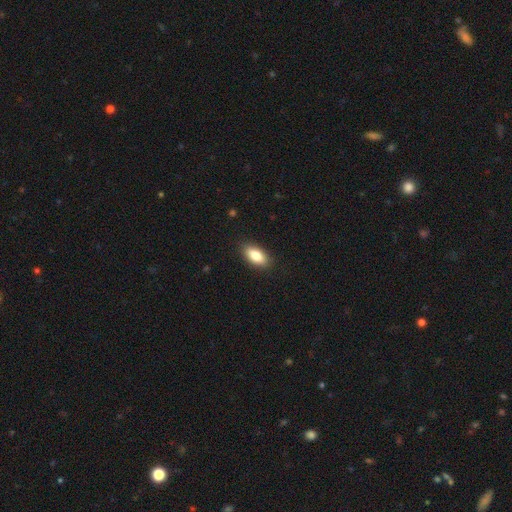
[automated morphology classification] type=smooth (84%); roundness=in between (89%); merging=none (88%).